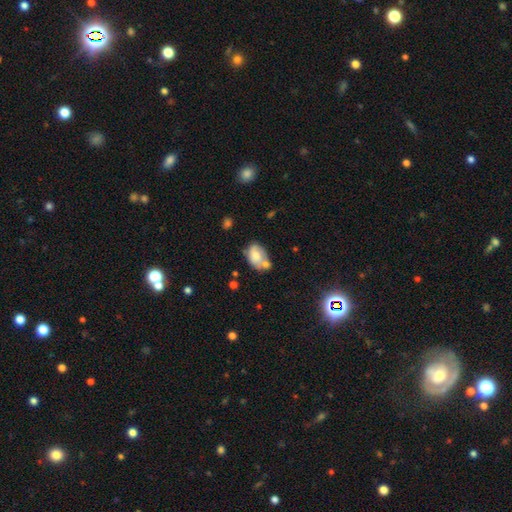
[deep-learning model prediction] Smooth or featured?
  - smooth: 64% *
  - featured or disk: 28%
  - star or artifact: 8%
How rounded?
  - in between: 85% *
  - round: 13%
  - cigar-shaped: 1%
Merging?
  - none: 34% *
  - merger: 31%
  - minor disturbance: 25%
  - major disturbance: 10%